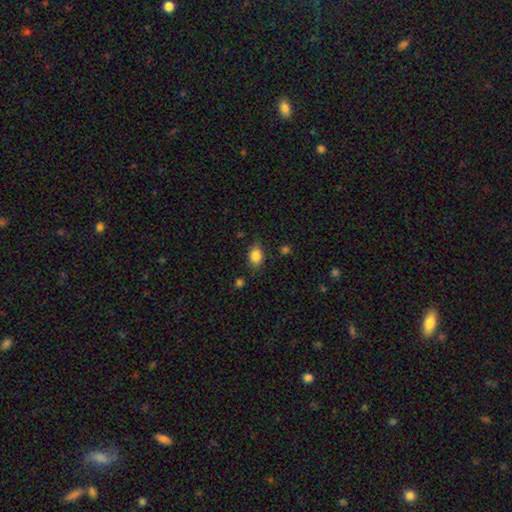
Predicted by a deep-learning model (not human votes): smooth_or_featured: smooth (p=0.85) [alt: star or artifact p=0.09]
how_rounded: in between (p=0.72) [alt: round p=0.27]
merging: none (p=0.79) [alt: minor disturbance p=0.15]